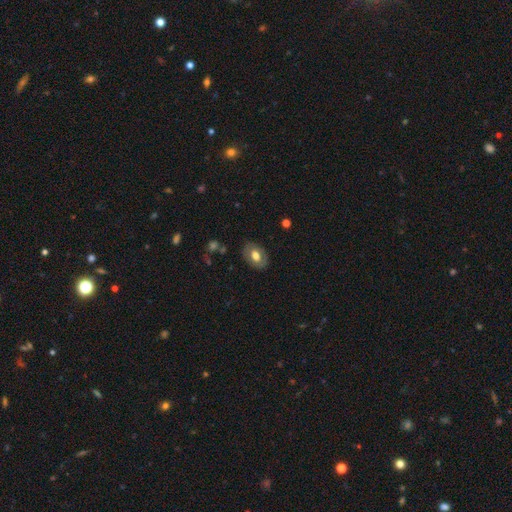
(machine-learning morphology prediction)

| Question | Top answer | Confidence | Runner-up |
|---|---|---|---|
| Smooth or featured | smooth | 65% | featured or disk (28%) |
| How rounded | in between | 82% | round (16%) |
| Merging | none | 83% | minor disturbance (12%) |